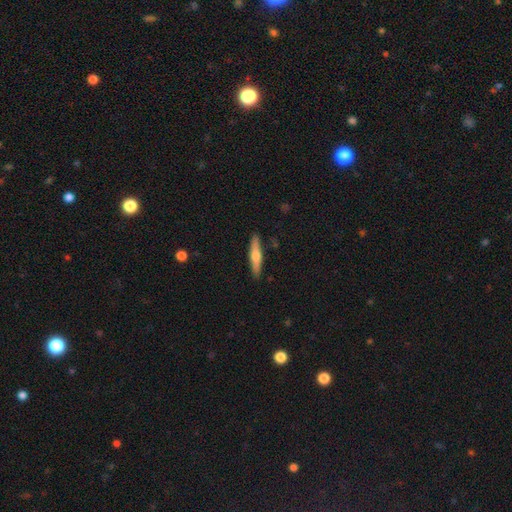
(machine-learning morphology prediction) A smooth galaxy with no disk features (51%) that is cigar-shaped (86%).

Vote fractions:
- Smooth or featured? smooth: 51% / featured or disk: 43% / star or artifact: 5%
- How rounded? cigar-shaped: 86% / in between: 12% / round: 2%
- Merging? none: 89% / minor disturbance: 8% / major disturbance: 2% / merger: 1%